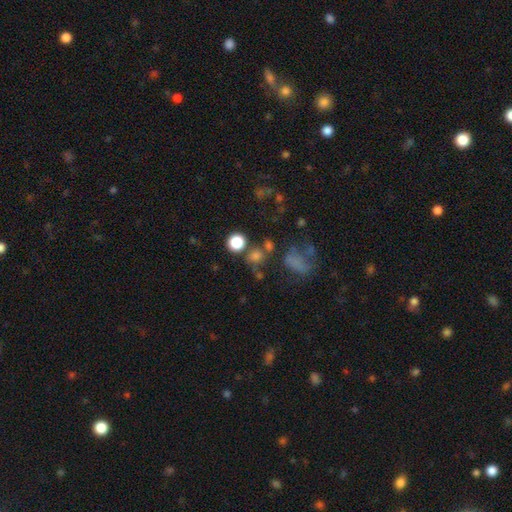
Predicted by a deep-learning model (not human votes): Overall: smooth (72%). How rounded: round (82%). Merging: none (65%).